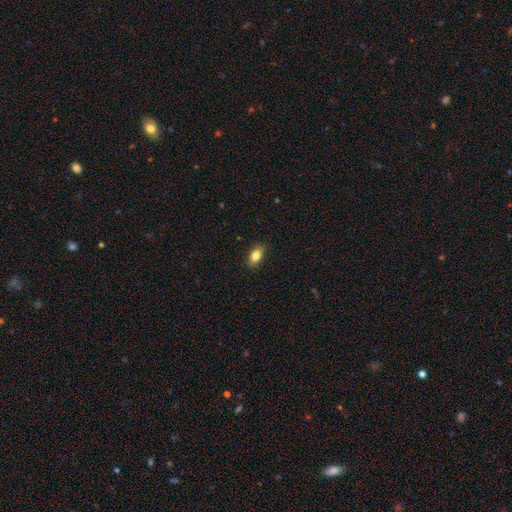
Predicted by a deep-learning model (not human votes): Smooth or featured? smooth (80%)
How rounded? in between (86%)
Merging? none (88%)